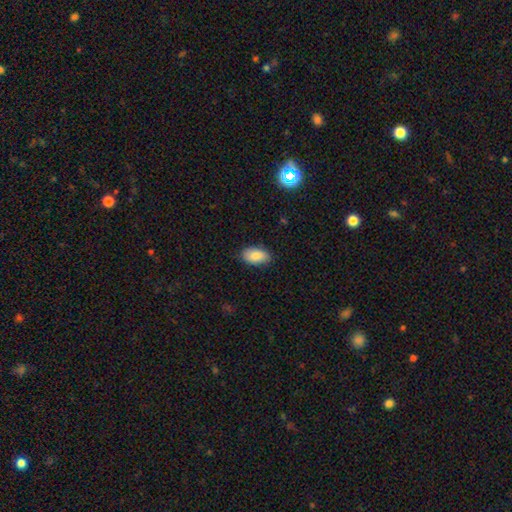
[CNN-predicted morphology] A smooth galaxy with no disk features (85%) that is in between round and cigar-shaped (94%).

Vote fractions:
- Smooth or featured? smooth: 85% / featured or disk: 8% / star or artifact: 7%
- How rounded? in between: 94% / round: 5% / cigar-shaped: 2%
- Merging? none: 84% / minor disturbance: 13% / major disturbance: 2% / merger: 1%